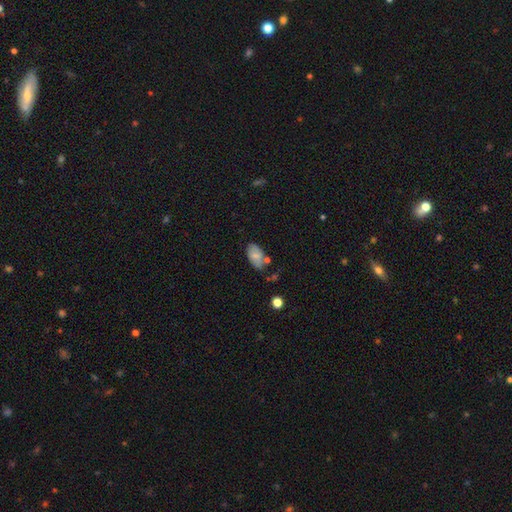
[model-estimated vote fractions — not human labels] Smooth or featured?
  - smooth: 73% *
  - featured or disk: 19%
  - star or artifact: 8%
How rounded?
  - in between: 93% *
  - round: 5%
  - cigar-shaped: 2%
Merging?
  - none: 58% *
  - minor disturbance: 26%
  - merger: 10%
  - major disturbance: 6%